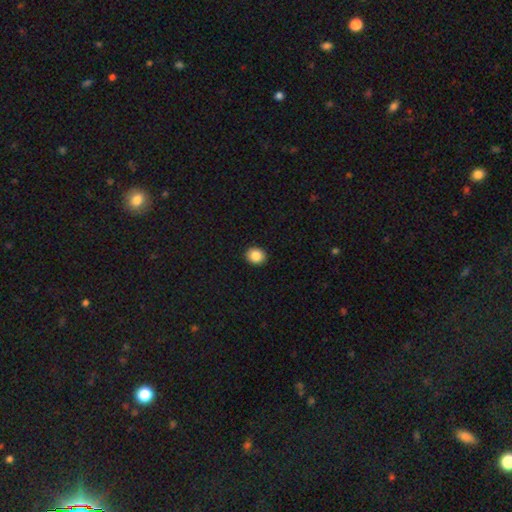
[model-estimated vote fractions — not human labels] smooth 86%, star or artifact 9%, featured or disk 5%. Down the decision tree: how rounded — round (77%); merging — none (92%).